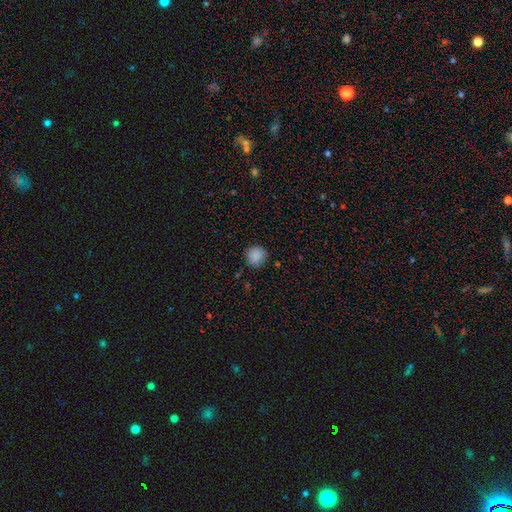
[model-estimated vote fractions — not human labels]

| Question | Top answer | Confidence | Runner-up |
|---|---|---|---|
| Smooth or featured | smooth | 87% | star or artifact (9%) |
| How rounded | round | 90% | in between (9%) |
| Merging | none | 83% | minor disturbance (13%) |